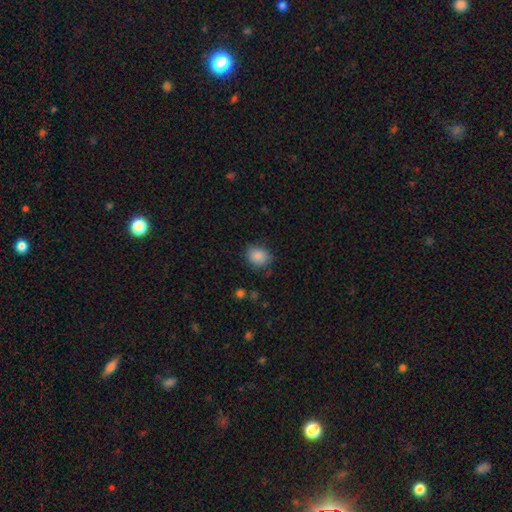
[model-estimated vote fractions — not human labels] A smooth galaxy with no disk features (87%) that is round (56%). Merging: none (79%).